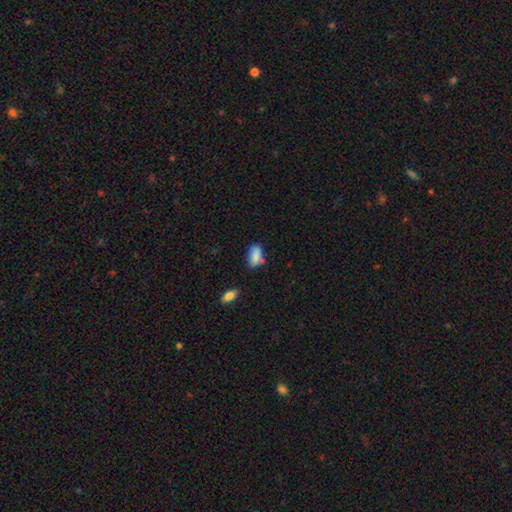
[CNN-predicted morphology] smooth-or-featured: smooth: 83% | featured or disk: 9% | star or artifact: 8%
  how-rounded: in between: 86% | cigar-shaped: 11% | round: 4%
  merging: none: 61% | minor disturbance: 25% | merger: 9% | major disturbance: 5%